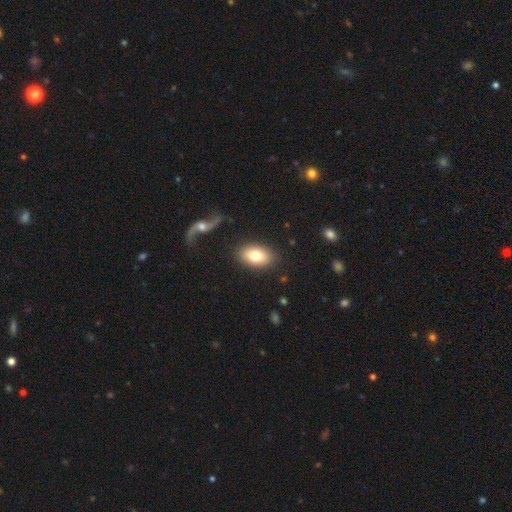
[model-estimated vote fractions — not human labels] Overall: smooth (76%). How rounded: in between (89%). Merging: none (86%).